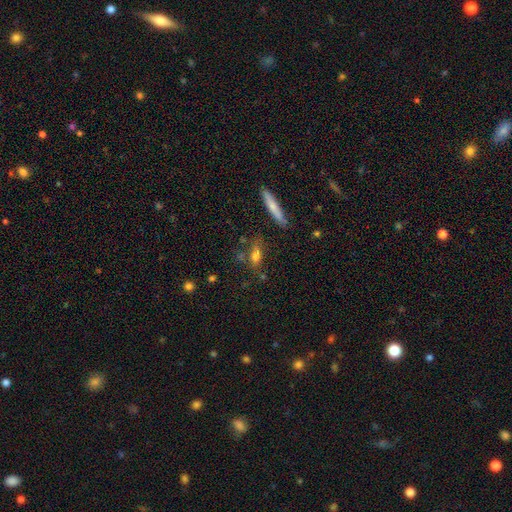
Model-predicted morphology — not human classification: Smooth or featured? smooth (67%)
How rounded? in between (46%, tied with cigar-shaped)
Merging? none (66%)